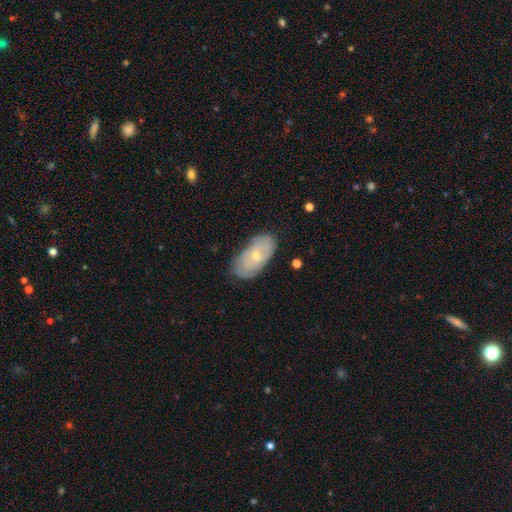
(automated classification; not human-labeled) Q: Smooth or featured?
A: featured or disk (56%); runner-up: smooth (37%)
Q: Edge-on disk?
A: no (91%); runner-up: yes (9%)
Q: Bar?
A: no (80%); runner-up: weak (17%)
Q: Spiral arms?
A: yes (64%); runner-up: no (36%)
Q: Bulge size?
A: small (62%); runner-up: moderate (35%)
Q: Merging?
A: none (74%); runner-up: minor disturbance (20%)